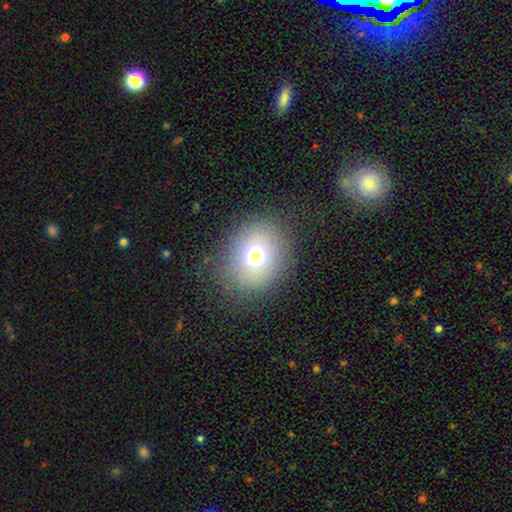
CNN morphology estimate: This appears to be a smooth galaxy with no disk features (70%) that is round (65%). Merging: none (83%).